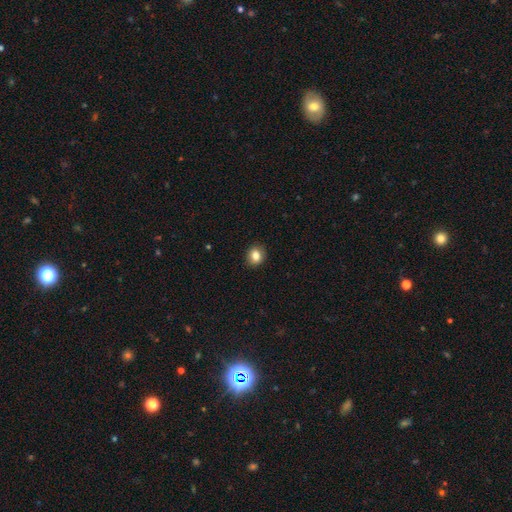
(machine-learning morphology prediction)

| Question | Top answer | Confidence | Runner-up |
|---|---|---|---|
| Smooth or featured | smooth | 83% | star or artifact (10%) |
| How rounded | round | 71% | in between (28%) |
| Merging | none | 90% | minor disturbance (7%) |